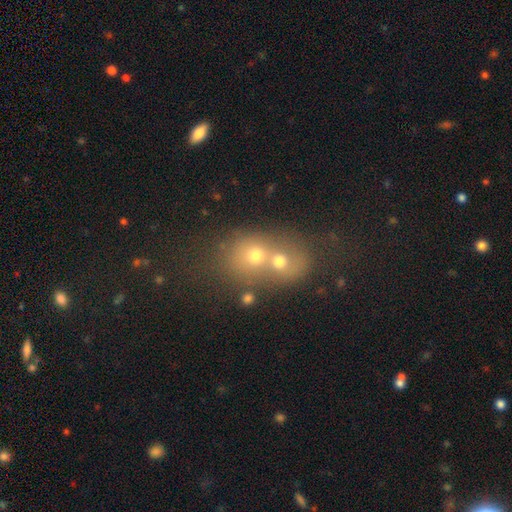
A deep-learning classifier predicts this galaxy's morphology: This appears to be a smooth galaxy with no disk features (54%) that is round (58%). Merging: merger (67%).